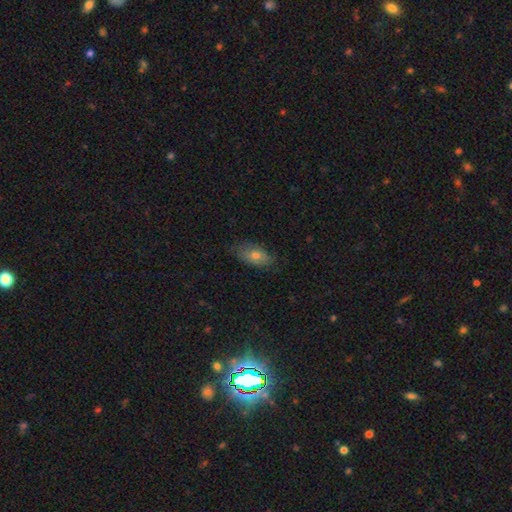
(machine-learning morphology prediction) Smooth or featured? smooth (66%)
How rounded? in between (88%)
Merging? none (74%)